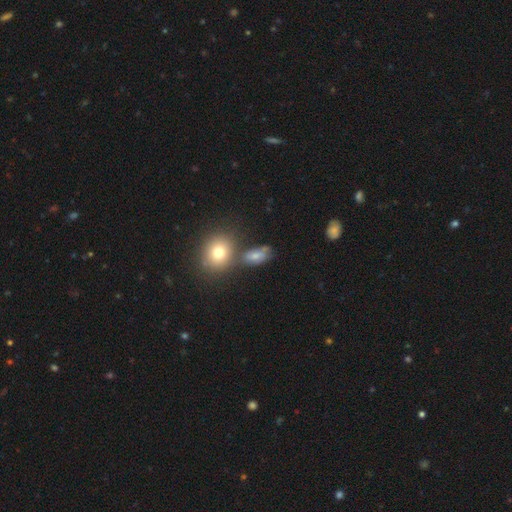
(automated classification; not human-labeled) A smooth galaxy with no disk features (64%) that is in between round and cigar-shaped (75%).

Vote fractions:
- Smooth or featured? smooth: 64% / featured or disk: 22% / star or artifact: 14%
- How rounded? in between: 75% / round: 19% / cigar-shaped: 5%
- Merging? none: 52% / minor disturbance: 21% / merger: 17% / major disturbance: 10%